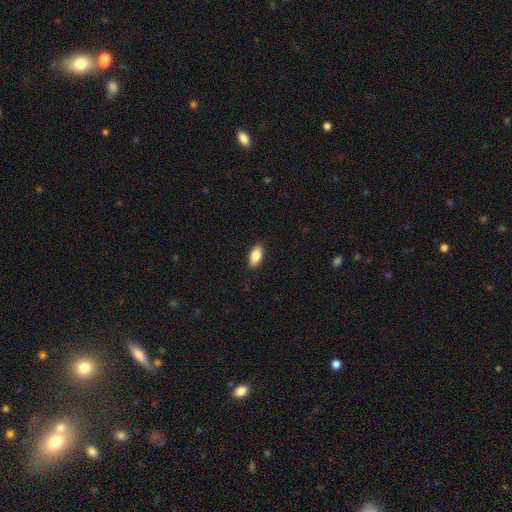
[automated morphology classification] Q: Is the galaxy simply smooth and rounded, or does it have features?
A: smooth — 86%.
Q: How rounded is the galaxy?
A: in between — 91%.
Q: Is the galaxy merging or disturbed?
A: none — 88%.